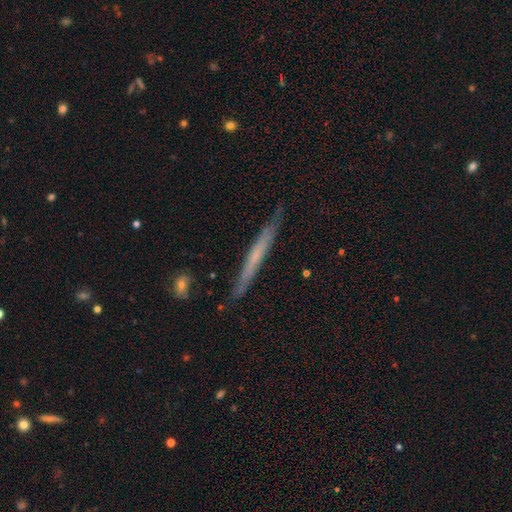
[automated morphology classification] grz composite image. It shows a featured or disk galaxy (54%) viewed edge-on (95%) with no central bulge (79%). Merging: none (86%).